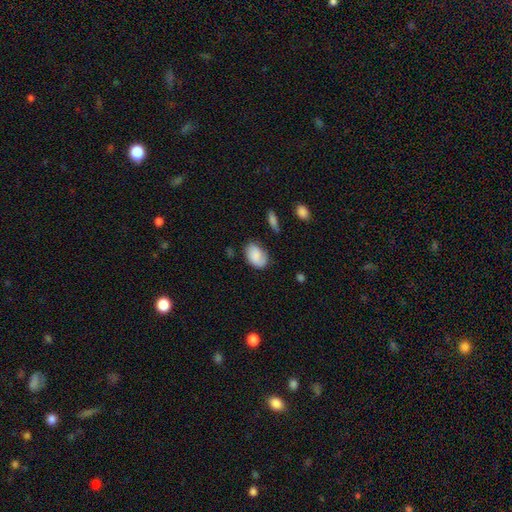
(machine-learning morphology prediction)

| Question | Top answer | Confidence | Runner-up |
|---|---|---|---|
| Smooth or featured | smooth | 77% | featured or disk (15%) |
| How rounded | in between | 85% | round (14%) |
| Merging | none | 64% | minor disturbance (25%) |